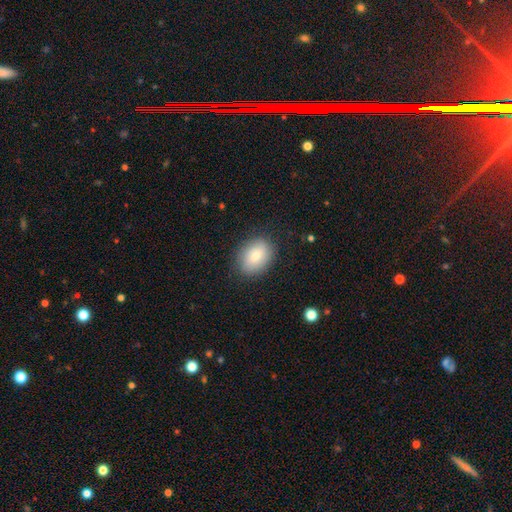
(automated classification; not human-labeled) smooth 79%, featured or disk 13%, star or artifact 8%. Down the decision tree: how rounded — in between (65%); merging — none (85%).